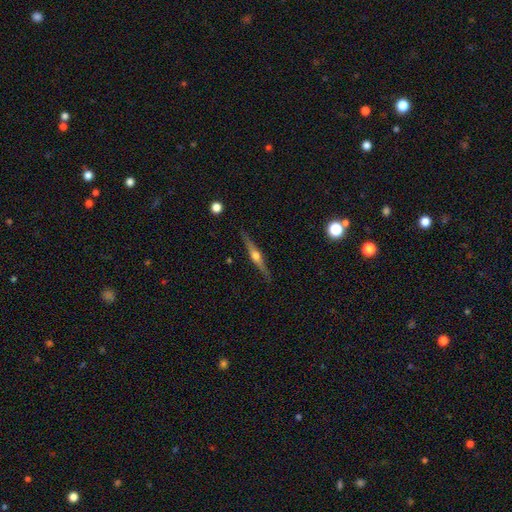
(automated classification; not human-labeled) Smooth or featured? featured or disk (78%)
Edge-on disk? yes (98%)
Edge-on bulge? rounded (94%)
Merging? none (89%)